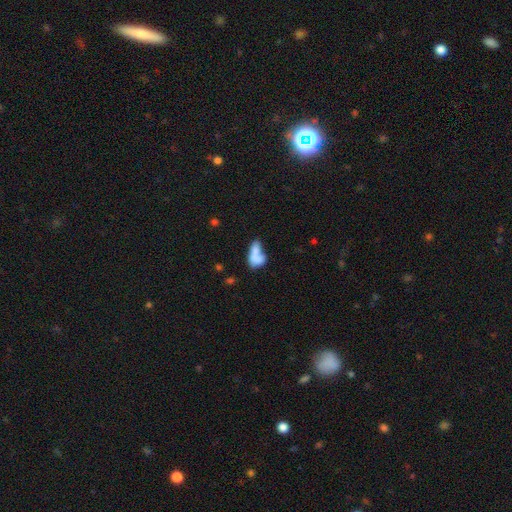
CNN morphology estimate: A smooth galaxy with no disk features (70%) that is in between round and cigar-shaped (82%). Merging: merger (57%).